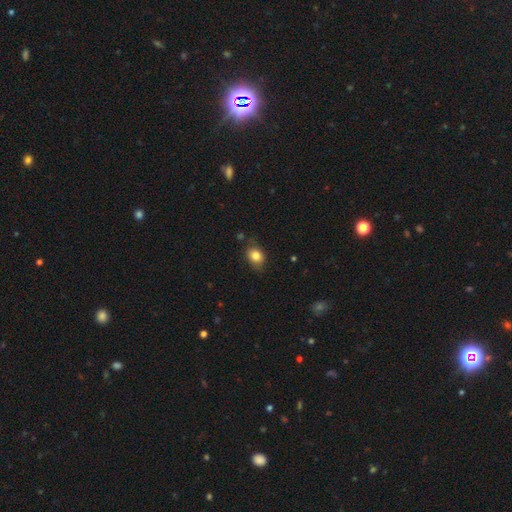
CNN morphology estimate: type=smooth (83%); roundness=in between (61%); merging=none (74%).